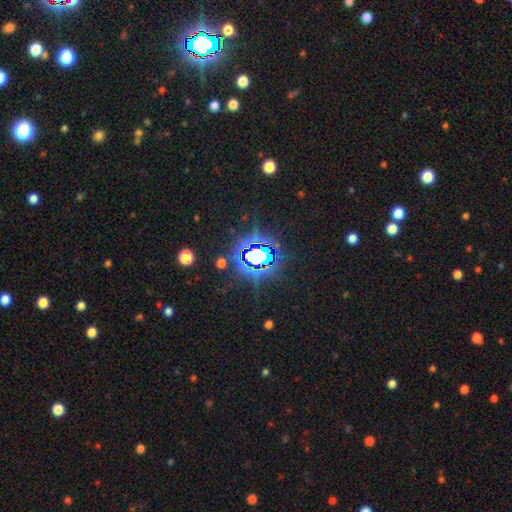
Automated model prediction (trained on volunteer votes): Overall: star or artifact (76%).